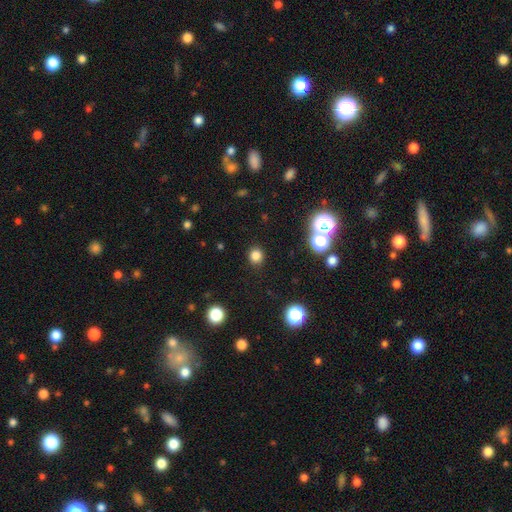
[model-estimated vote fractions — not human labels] The model was most divided on "smooth or featured": smooth: 80%, star or artifact: 16%, featured or disk: 4%. More confident: merging — none (90%); how rounded — round (89%).